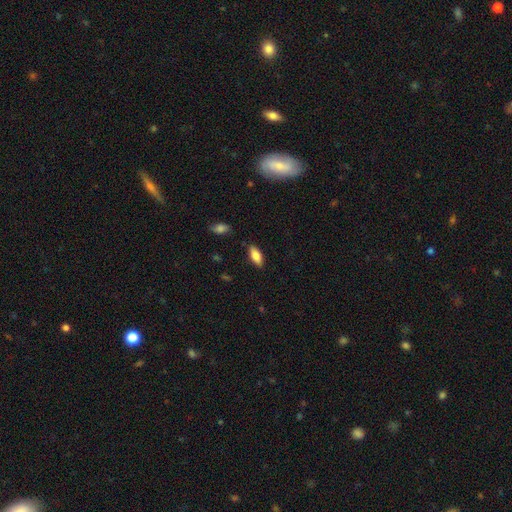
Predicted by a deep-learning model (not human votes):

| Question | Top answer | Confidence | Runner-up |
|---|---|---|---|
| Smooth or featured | smooth | 80% | featured or disk (13%) |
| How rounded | in between | 82% | cigar-shaped (16%) |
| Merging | none | 85% | minor disturbance (11%) |